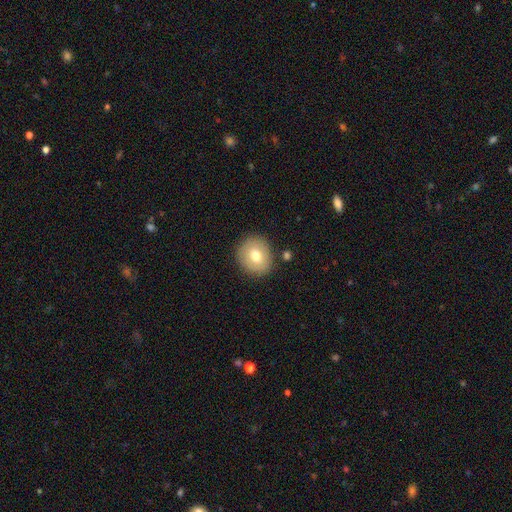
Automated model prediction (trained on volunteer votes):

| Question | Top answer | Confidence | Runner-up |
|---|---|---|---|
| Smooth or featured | smooth | 72% | featured or disk (19%) |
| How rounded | round | 78% | in between (22%) |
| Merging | none | 84% | minor disturbance (10%) |